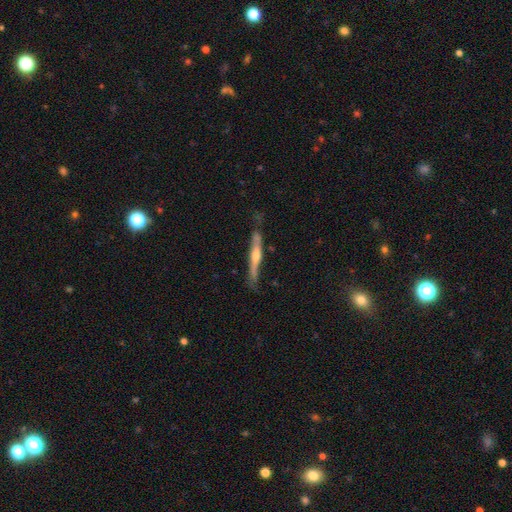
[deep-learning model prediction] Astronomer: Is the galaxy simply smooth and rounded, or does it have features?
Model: featured or disk — 71%.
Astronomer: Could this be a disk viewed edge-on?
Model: yes — 92%.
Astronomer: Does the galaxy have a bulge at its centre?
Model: rounded — 78%.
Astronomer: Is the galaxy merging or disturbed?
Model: none — 70%.